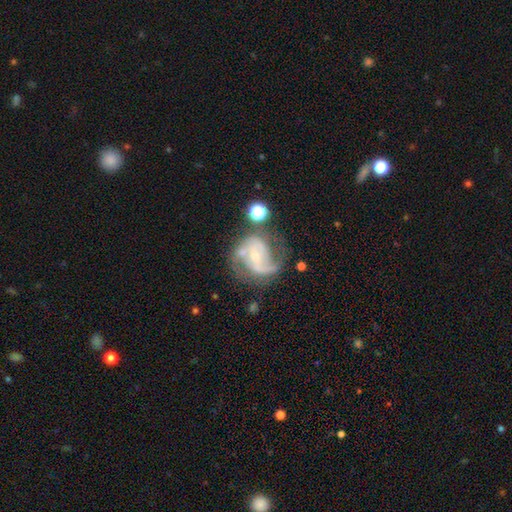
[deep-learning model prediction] The model was most divided on "bar": no: 47%, weak: 38%, strong: 15%. Remaining: edge-on disk — no (98%); spiral arms — yes (94%); smooth or featured — featured or disk (84%); spiral arm count — 2 (67%); bulge size — small (66%); spiral winding — medium (49%); merging — none (49%).